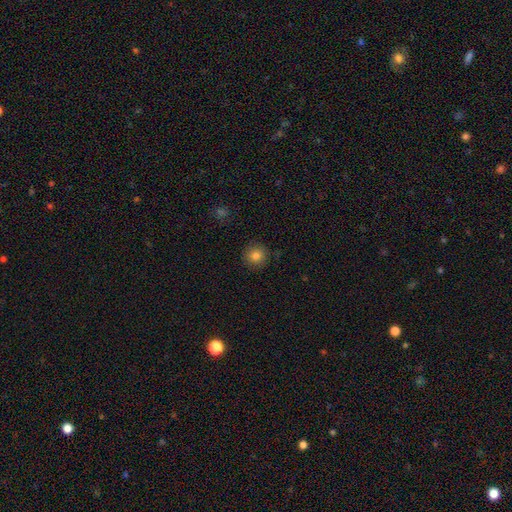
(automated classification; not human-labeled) This appears to be a smooth galaxy with no disk features (82%) that is round (92%). Merging: none (90%).